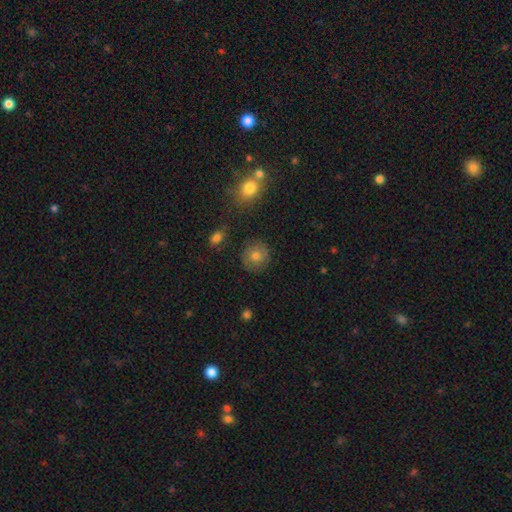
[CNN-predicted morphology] A smooth galaxy with no disk features (77%) that is round (90%). Merging: none (87%).